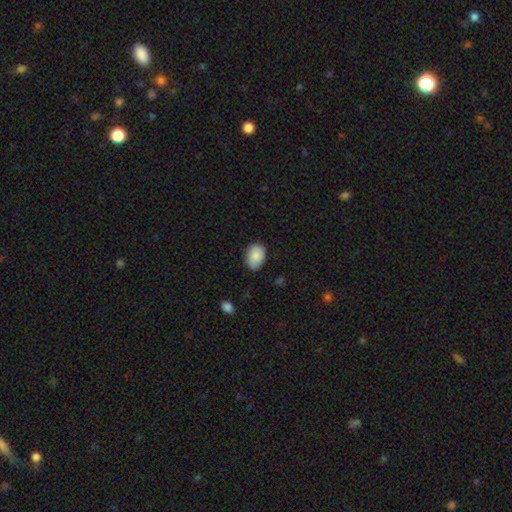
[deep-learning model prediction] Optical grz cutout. It shows a smooth galaxy with no disk features (87%) that is in between round and cigar-shaped (78%). Merging: none (80%).